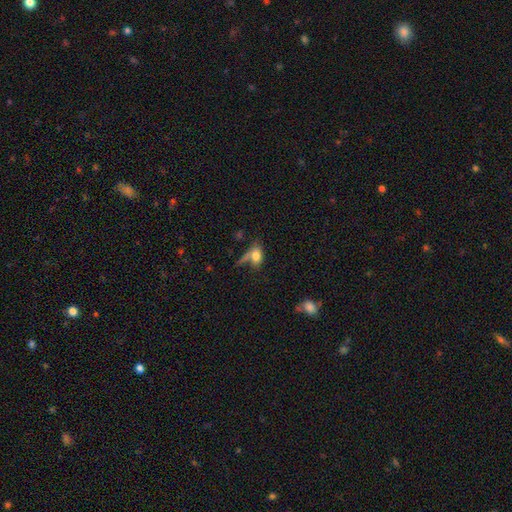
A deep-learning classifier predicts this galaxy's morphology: Overall: smooth (72%). How rounded: in between (75%). Merging: none (39%; major disturbance 22%).